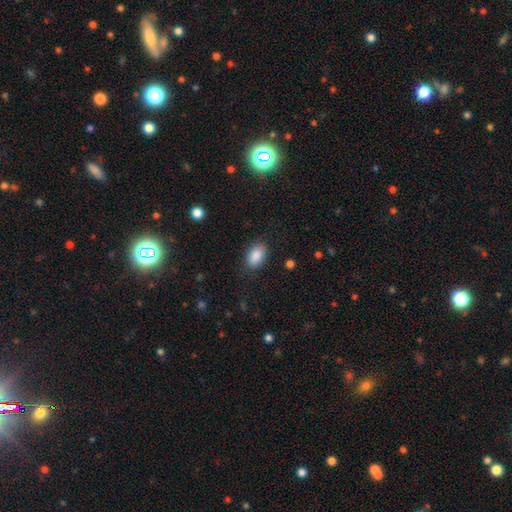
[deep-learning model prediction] smooth-or-featured: smooth: 88% | star or artifact: 7% | featured or disk: 5%
  how-rounded: in between: 91% | round: 7% | cigar-shaped: 2%
  merging: none: 83% | minor disturbance: 12% | major disturbance: 4% | merger: 1%